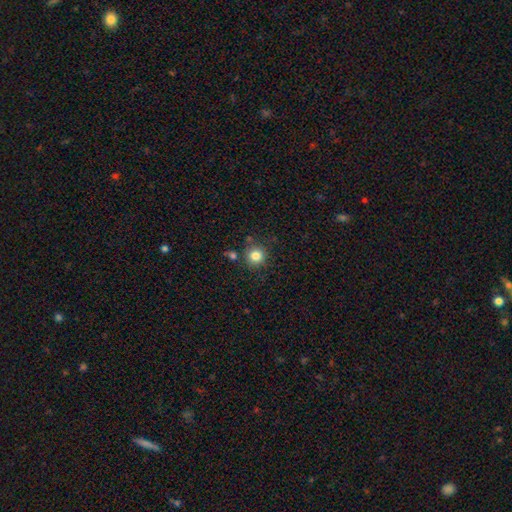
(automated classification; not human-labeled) This appears to be a smooth galaxy with no disk features (83%) that is round (93%). Merging: none (82%).